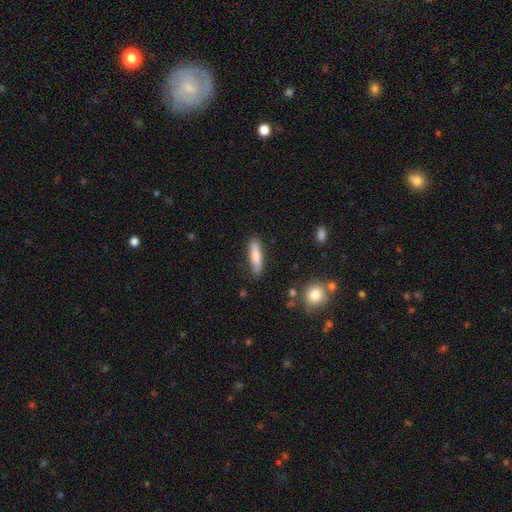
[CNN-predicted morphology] Smooth or featured?
  - smooth: 76% *
  - featured or disk: 18%
  - star or artifact: 6%
How rounded?
  - cigar-shaped: 74% *
  - in between: 25%
  - round: 2%
Merging?
  - none: 85% *
  - minor disturbance: 10%
  - major disturbance: 2%
  - merger: 2%